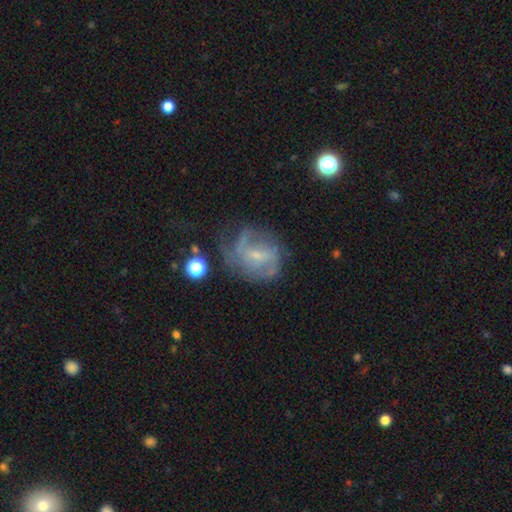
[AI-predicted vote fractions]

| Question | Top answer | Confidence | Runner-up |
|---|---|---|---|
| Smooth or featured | featured or disk | 70% | star or artifact (17%) |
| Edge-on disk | no | 97% | yes (3%) |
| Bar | weak | 48% | no (38%) |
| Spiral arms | yes | 91% | no (9%) |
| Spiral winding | medium | 44% | tight (38%) |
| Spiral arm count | can't tell | 31% | 2 (30%) |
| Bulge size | small | 67% | moderate (24%) |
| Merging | none | 67% | minor disturbance (18%) |